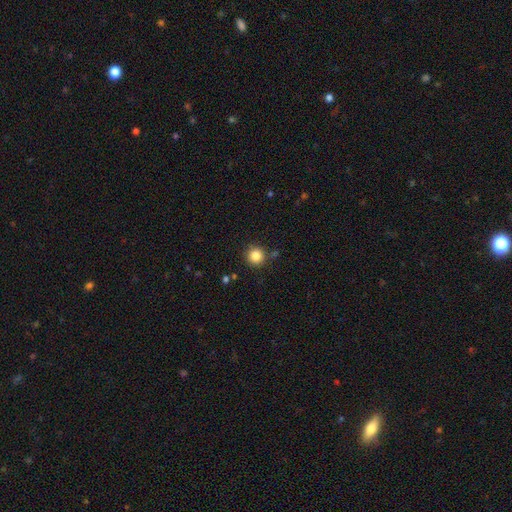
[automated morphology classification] Smooth or featured?
  - smooth: 85% *
  - star or artifact: 11%
  - featured or disk: 4%
How rounded?
  - round: 95% *
  - in between: 4%
  - cigar-shaped: 1%
Merging?
  - none: 87% *
  - minor disturbance: 8%
  - merger: 3%
  - major disturbance: 2%